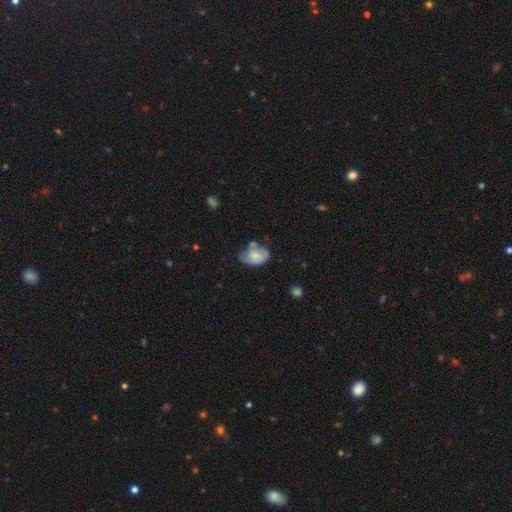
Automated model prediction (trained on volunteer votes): This appears to be a featured or disk galaxy (49%). Merging: none (43%).